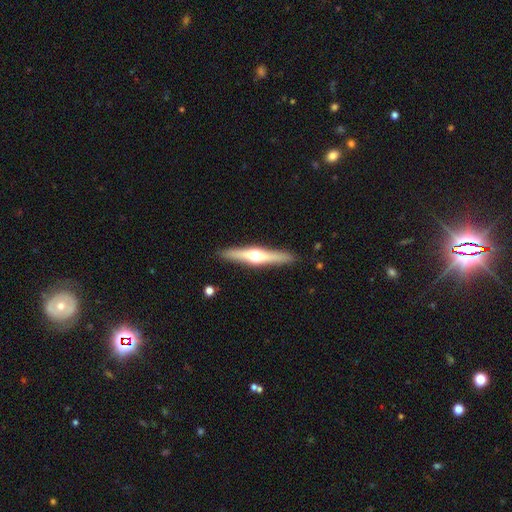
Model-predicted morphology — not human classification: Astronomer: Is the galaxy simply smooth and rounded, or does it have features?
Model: featured or disk — 67%.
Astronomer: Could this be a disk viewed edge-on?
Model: yes — 96%.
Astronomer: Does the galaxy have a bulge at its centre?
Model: rounded — 94%.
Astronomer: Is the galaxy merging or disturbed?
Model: none — 90%.